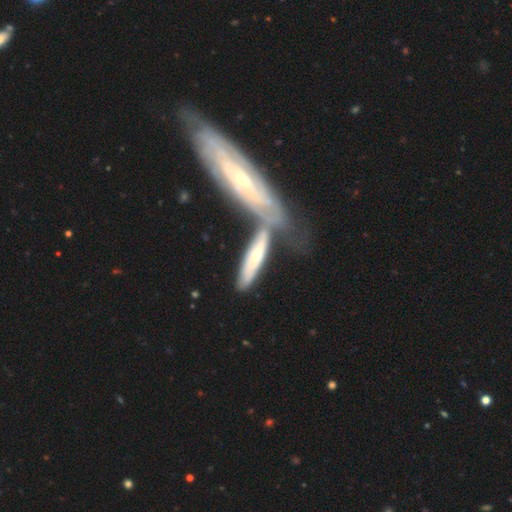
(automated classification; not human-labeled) A featured or disk galaxy (51%) viewed edge-on (57%).

Vote fractions:
- Smooth or featured? featured or disk: 51% / smooth: 43% / star or artifact: 5%
- Edge-on disk? yes: 57% / no: 43%
- Merging? merger: 44% / none: 37% / minor disturbance: 14% / major disturbance: 6%